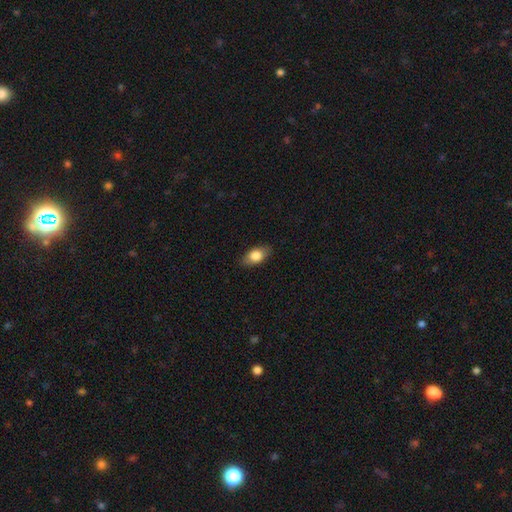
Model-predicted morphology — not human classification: Smooth or featured?
  - smooth: 78% *
  - featured or disk: 15%
  - star or artifact: 7%
How rounded?
  - in between: 87% *
  - round: 8%
  - cigar-shaped: 5%
Merging?
  - none: 85% *
  - minor disturbance: 11%
  - major disturbance: 3%
  - merger: 1%